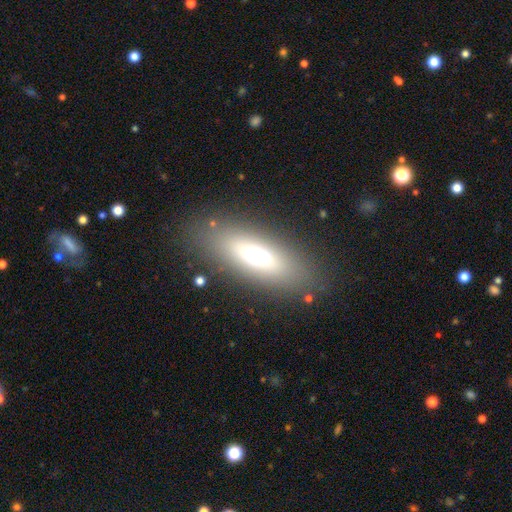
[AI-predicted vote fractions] This appears to be a smooth galaxy with no disk features (55%) that is in between round and cigar-shaped (70%). Merging: none (74%).